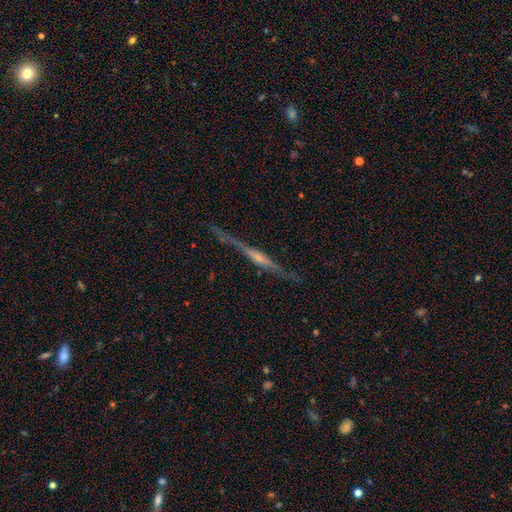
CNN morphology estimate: Overall: featured or disk (82%). Edge-on disk: yes (97%). Edge-on bulge: rounded (70%). Merging: none (86%).